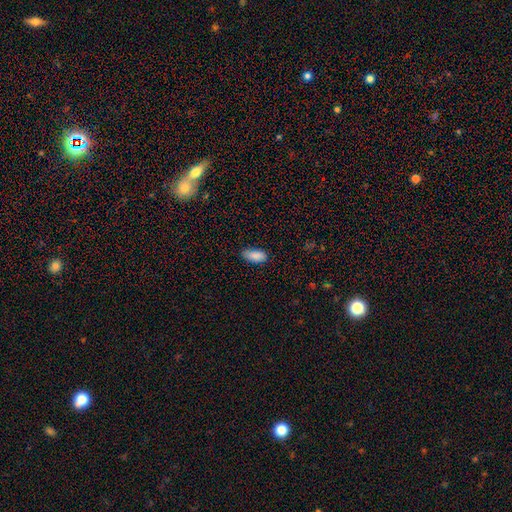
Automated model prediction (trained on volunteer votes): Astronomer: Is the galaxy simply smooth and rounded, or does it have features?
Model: smooth — 87%.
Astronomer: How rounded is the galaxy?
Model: in between — 89%.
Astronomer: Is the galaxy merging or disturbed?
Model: none — 77%.